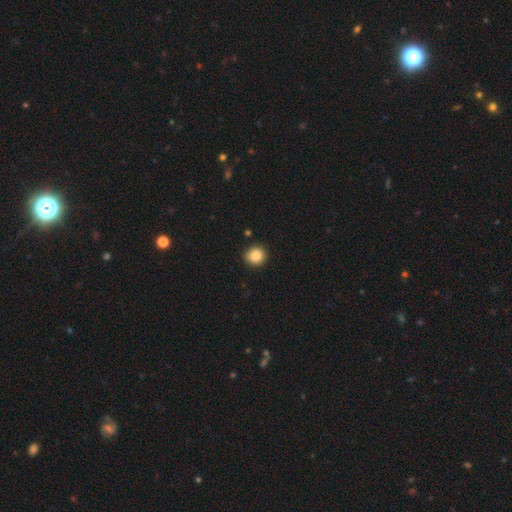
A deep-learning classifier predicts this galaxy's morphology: Q: Smooth or featured?
A: smooth (88%); runner-up: star or artifact (9%)
Q: How rounded?
A: round (91%); runner-up: in between (8%)
Q: Merging?
A: none (89%); runner-up: minor disturbance (8%)